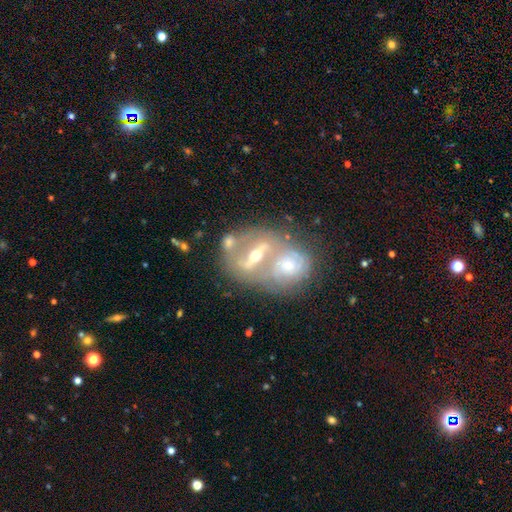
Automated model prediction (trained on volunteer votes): Smooth or featured: featured or disk — 79% (smooth — 14%)
Edge-on disk: no — 89% (yes — 11%)
Bar: strong — 57% (weak — 26%)
Spiral arms: yes — 68% (no — 32%)
Bulge size: moderate — 61% (small — 34%)
Merging: merger — 58% (none — 30%)